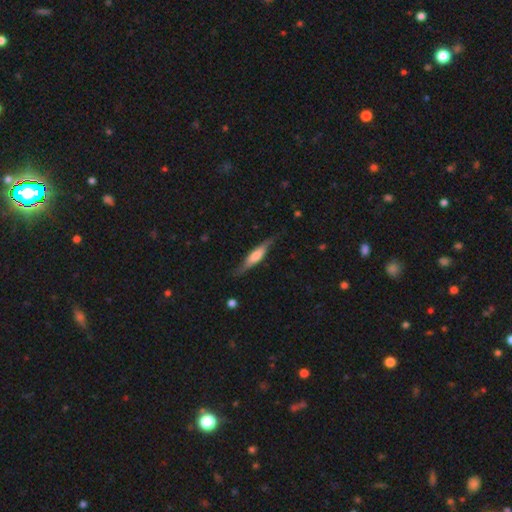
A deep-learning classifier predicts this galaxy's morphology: Smooth or featured: smooth — 48% (featured or disk — 47%)
Merging: none — 76% (minor disturbance — 18%)